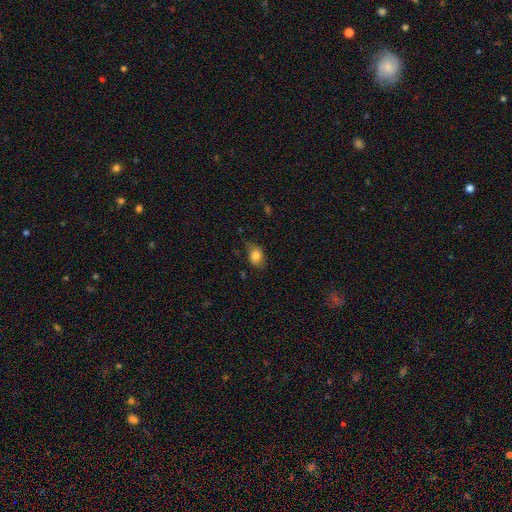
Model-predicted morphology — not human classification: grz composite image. It shows a smooth galaxy with no disk features (81%) that is in between round and cigar-shaped (67%). Merging: none (64%).